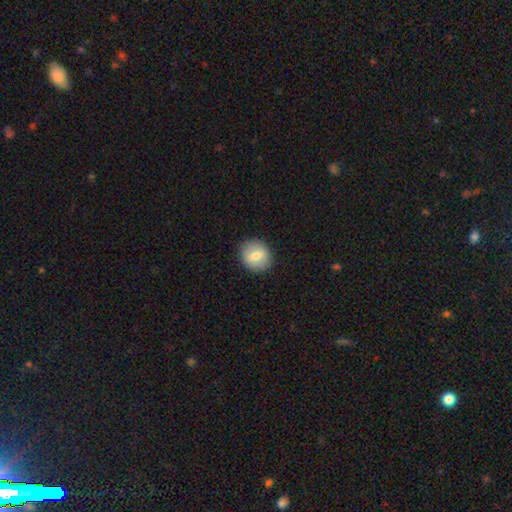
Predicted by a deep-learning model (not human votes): Morphology: type=smooth (68%); roundness=round (80%); merging=none (89%).